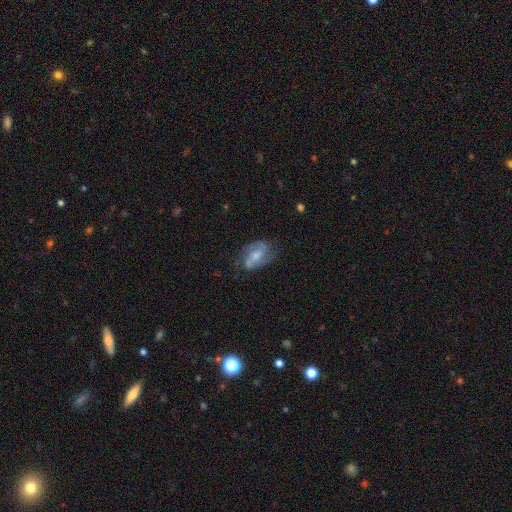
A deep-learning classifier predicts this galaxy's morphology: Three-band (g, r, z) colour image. It shows a featured or disk galaxy (55%) with a weak bar (42%), spiral arms (77%) and a moderate central bulge (46%). Merging: none (57%).